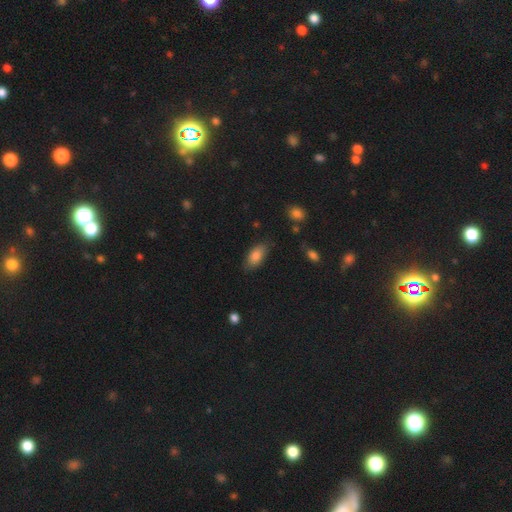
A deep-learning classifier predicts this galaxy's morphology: smooth_or_featured: smooth (p=0.83) [alt: featured or disk p=0.10]
how_rounded: in between (p=0.90) [alt: cigar-shaped p=0.07]
merging: none (p=0.78) [alt: minor disturbance p=0.17]